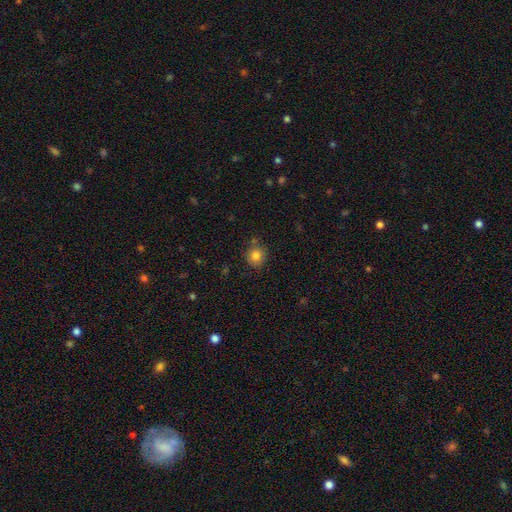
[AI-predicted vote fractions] Smooth or featured? smooth (82%)
How rounded? round (86%)
Merging? none (80%)